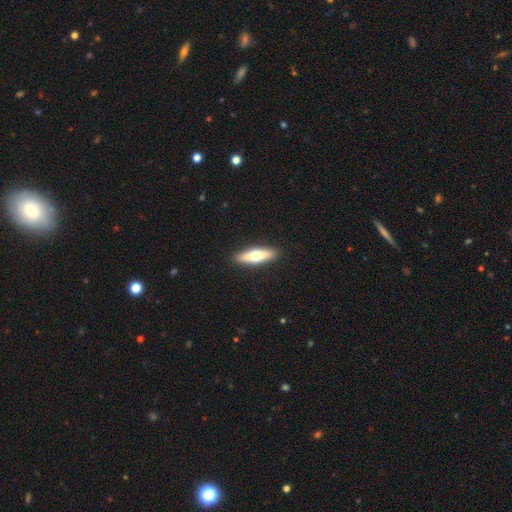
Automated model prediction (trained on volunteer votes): Overall: smooth (55%; featured or disk 40%). How rounded: cigar-shaped (63%; in between 35%). Merging: none (91%).